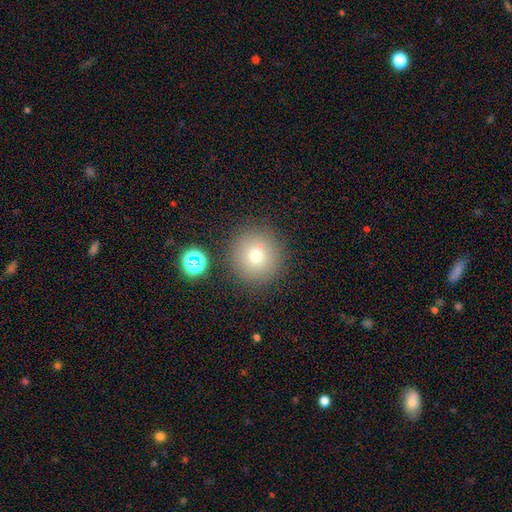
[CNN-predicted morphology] This appears to be a smooth galaxy with no disk features (73%) that is round (95%). Merging: none (85%).